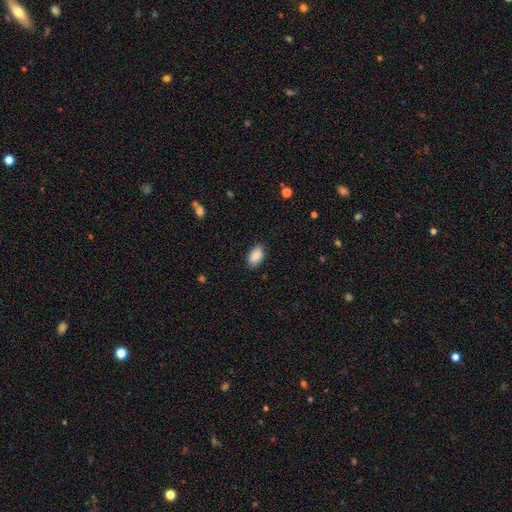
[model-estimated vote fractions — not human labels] This is clearly a smooth galaxy (88%). How rounded: clearly in between (93%). Merging: clearly none (86%).